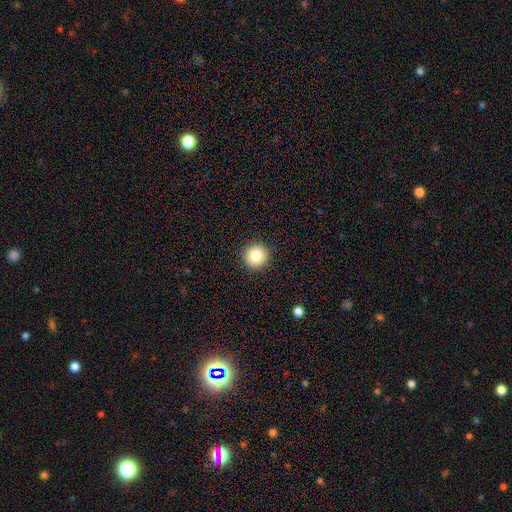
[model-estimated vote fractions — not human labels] The model was most divided on "smooth or featured": smooth: 83%, star or artifact: 10%, featured or disk: 7%. More confident: how rounded — round (95%); merging — none (92%).